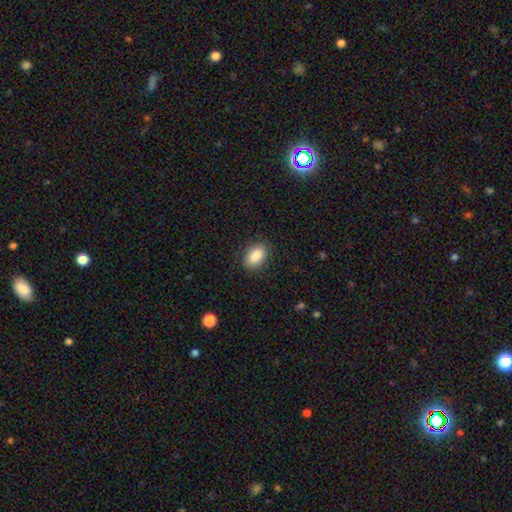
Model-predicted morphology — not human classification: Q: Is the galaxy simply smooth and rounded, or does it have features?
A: smooth — 89%.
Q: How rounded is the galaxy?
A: in between — 90%.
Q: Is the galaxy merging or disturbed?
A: none — 87%.